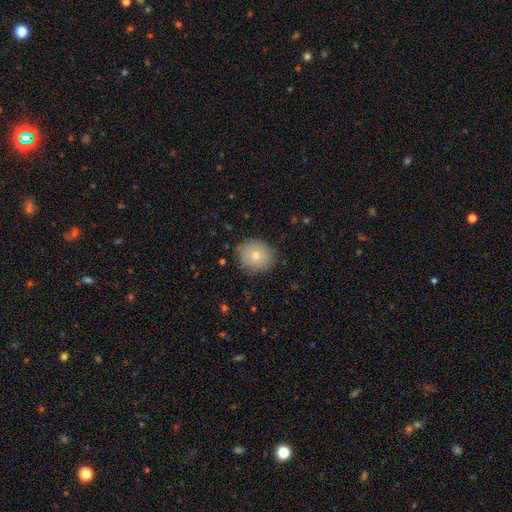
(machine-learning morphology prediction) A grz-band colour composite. It shows a smooth galaxy with no disk features (76%) that is round (78%). Merging: none (85%).